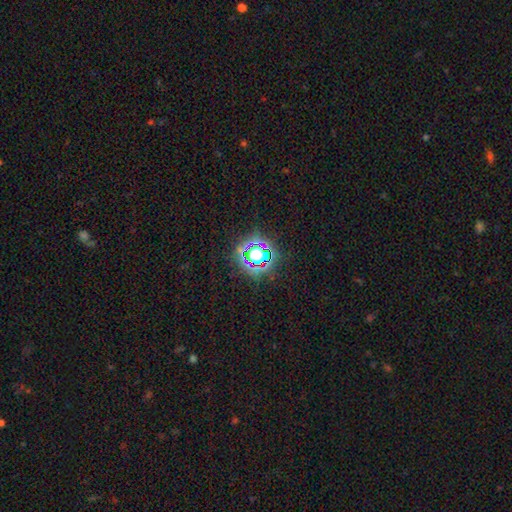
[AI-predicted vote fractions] Smooth or featured: star or artifact — 62% (smooth — 25%)